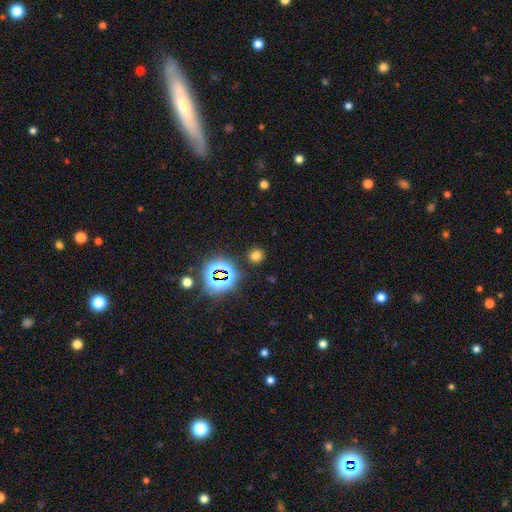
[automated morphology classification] Smooth or featured: smooth — 67% (star or artifact — 27%)
How rounded: round — 88% (in between — 11%)
Merging: none — 87% (minor disturbance — 7%)